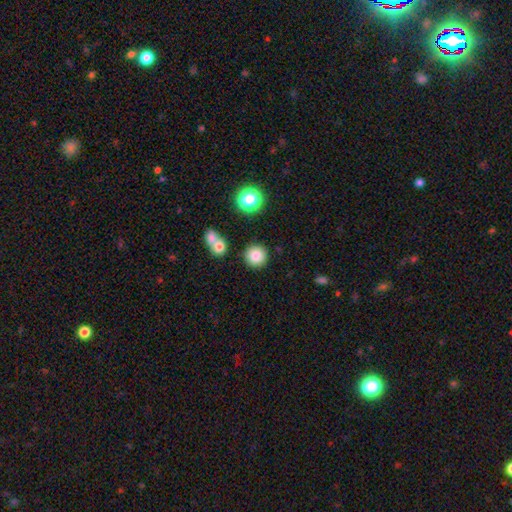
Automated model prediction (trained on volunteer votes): smooth 82%, star or artifact 11%, featured or disk 6%. Down the decision tree: how rounded — round (94%); merging — none (84%).